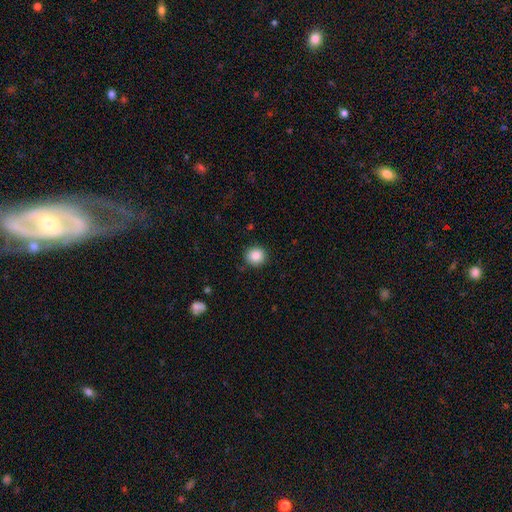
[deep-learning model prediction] Smooth or featured? smooth (87%)
How rounded? round (91%)
Merging? none (89%)